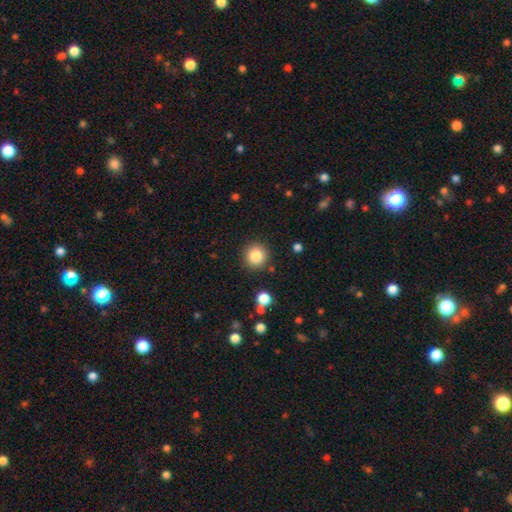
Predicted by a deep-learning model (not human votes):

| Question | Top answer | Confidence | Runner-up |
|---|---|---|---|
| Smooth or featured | smooth | 84% | star or artifact (10%) |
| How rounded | round | 94% | in between (5%) |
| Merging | none | 88% | minor disturbance (7%) |